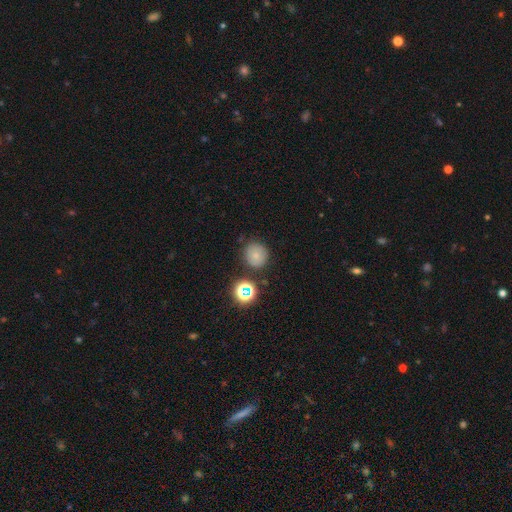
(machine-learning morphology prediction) Smooth or featured? smooth (72%)
How rounded? round (91%)
Merging? none (82%)